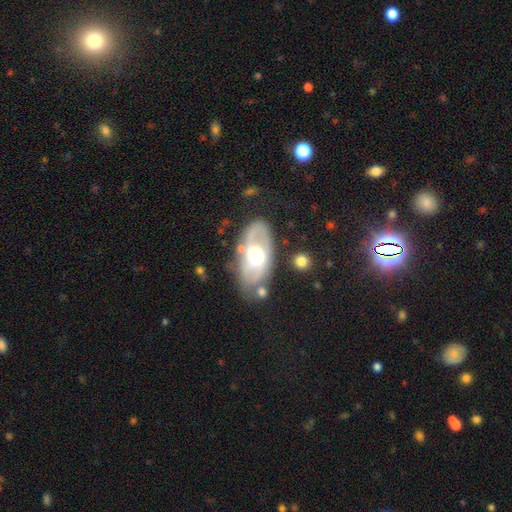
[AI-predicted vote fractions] smooth-or-featured: featured or disk: 67% | smooth: 27% | star or artifact: 6%
  disk-edge-on: no: 91% | yes: 9%
    bar: no: 50% | weak: 36% | strong: 14%
    has-spiral-arms: yes: 63% | no: 37%
    bulge-size: moderate: 62% | large: 29% | small: 6% | dominant: 2% | none: 1%
  merging: none: 66% | minor disturbance: 20% | major disturbance: 8% | merger: 6%